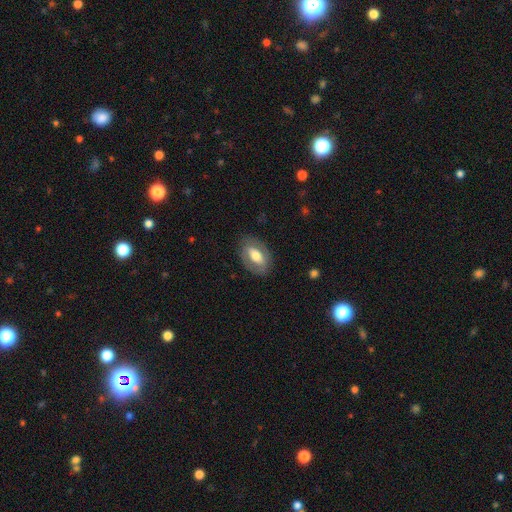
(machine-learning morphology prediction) type=smooth (47%); merging=none (79%).